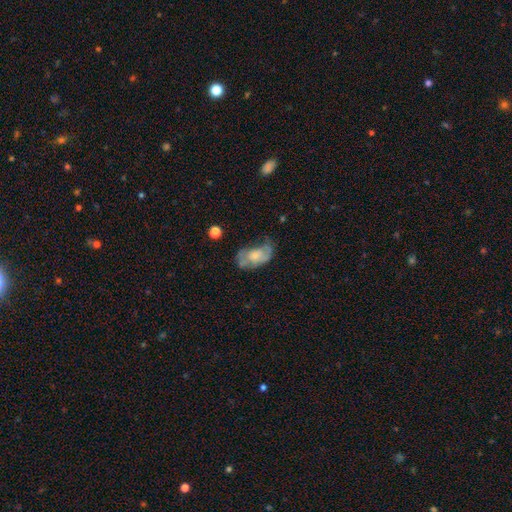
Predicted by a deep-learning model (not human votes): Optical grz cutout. It shows a featured or disk galaxy (54%) with no bar (76%), spiral arms (63%) and a small central bulge (41%). Merging: none (38%).